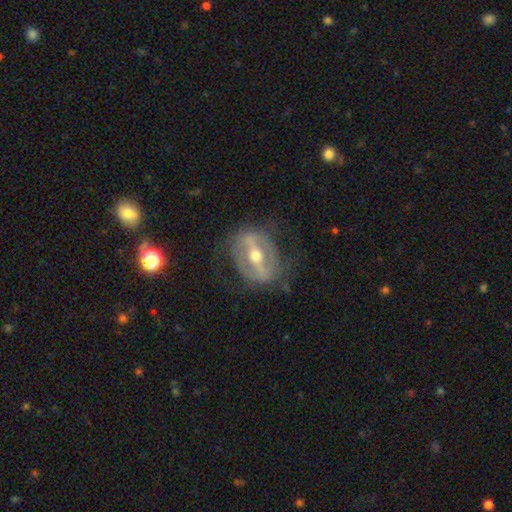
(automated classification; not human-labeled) featured or disk 80%, smooth 14%, star or artifact 6%. Down the decision tree: edge-on disk — no (84%); bar — strong (77%); spiral arms — no (64%); bulge size — moderate (73%); merging — none (73%).